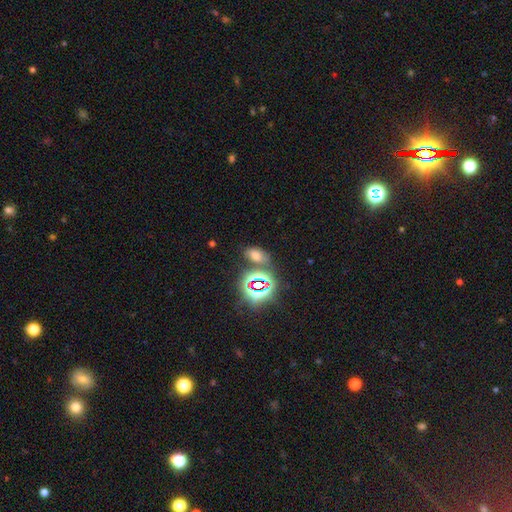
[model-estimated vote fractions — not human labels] Smooth or featured: smooth — 52% (star or artifact — 38%)
How rounded: in between — 86% (round — 11%)
Merging: none — 68% (minor disturbance — 14%)